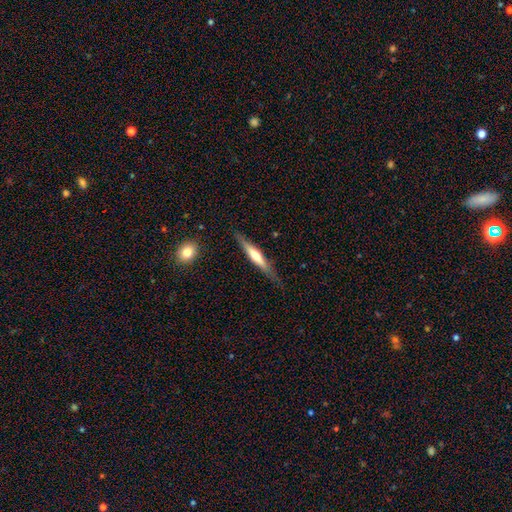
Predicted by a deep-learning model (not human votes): Smooth or featured: featured or disk — 56% (smooth — 38%)
Edge-on disk: yes — 95% (no — 5%)
Edge-on bulge: rounded — 67% (none — 19%)
Merging: none — 80% (minor disturbance — 15%)